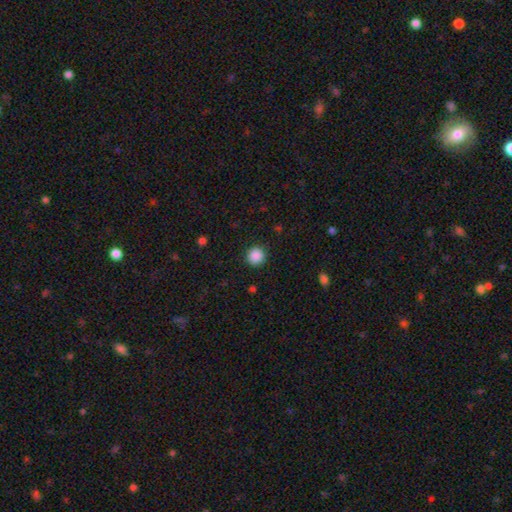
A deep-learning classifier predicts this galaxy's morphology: This is clearly a smooth galaxy (88%). How rounded: clearly round (94%). Merging: clearly none (91%).